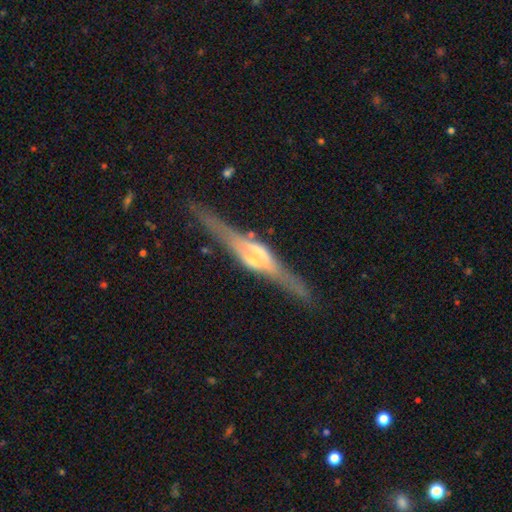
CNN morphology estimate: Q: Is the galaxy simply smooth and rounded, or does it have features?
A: featured or disk — 82%.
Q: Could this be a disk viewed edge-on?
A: yes — 96%.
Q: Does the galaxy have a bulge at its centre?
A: rounded — 75%.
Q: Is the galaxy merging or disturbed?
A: none — 80%.